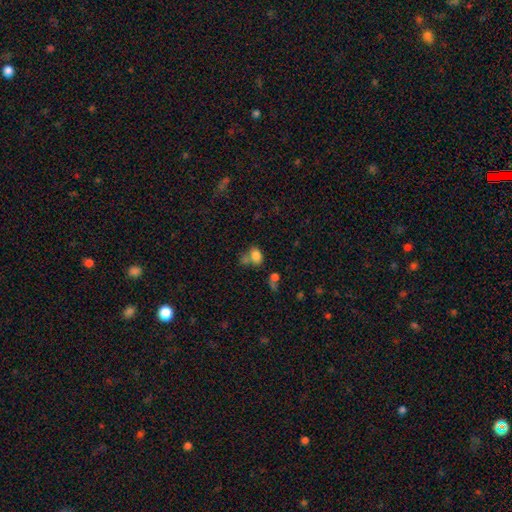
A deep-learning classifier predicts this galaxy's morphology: Smooth or featured? Predicted: smooth (p=0.81). How rounded? Predicted: in between (p=0.72). Merging? Predicted: none (p=0.47).